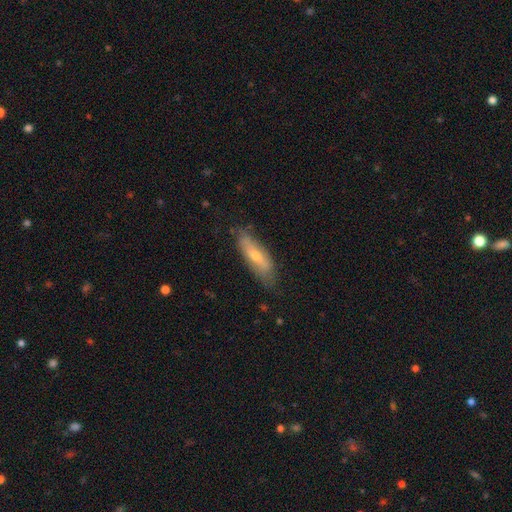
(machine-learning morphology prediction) Smooth or featured? Predicted: smooth (p=0.52). How rounded? Predicted: cigar-shaped (p=0.51). Merging? Predicted: none (p=0.72).